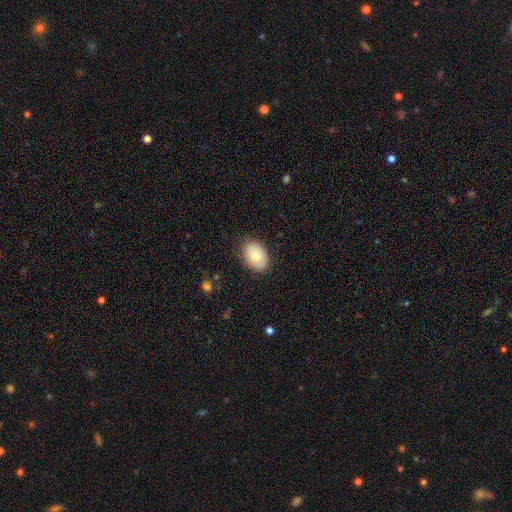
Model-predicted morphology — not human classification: smooth 75%, featured or disk 18%, star or artifact 7%. Down the decision tree: how rounded — in between (85%); merging — none (82%).